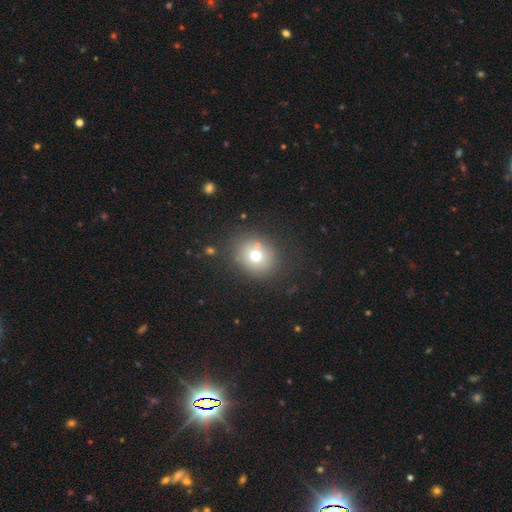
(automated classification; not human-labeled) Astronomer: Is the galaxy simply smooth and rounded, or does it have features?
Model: smooth — 70%.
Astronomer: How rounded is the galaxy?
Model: round — 78%.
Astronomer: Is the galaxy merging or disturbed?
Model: none — 79%.